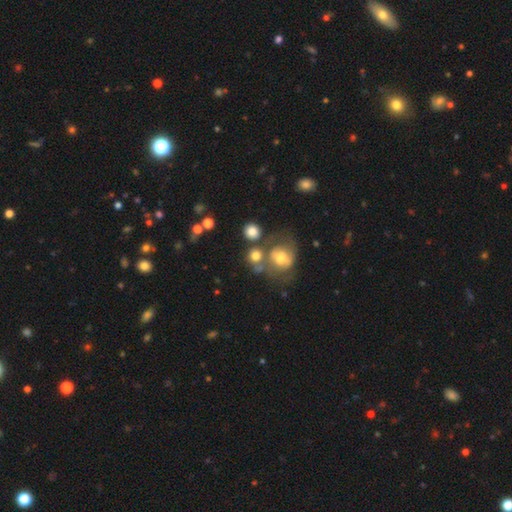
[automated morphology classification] A smooth galaxy with no disk features (71%) that is round (80%).

Vote fractions:
- Smooth or featured? smooth: 71% / featured or disk: 17% / star or artifact: 12%
- How rounded? round: 80% / in between: 19% / cigar-shaped: 1%
- Merging? none: 49% / merger: 28% / minor disturbance: 14% / major disturbance: 9%